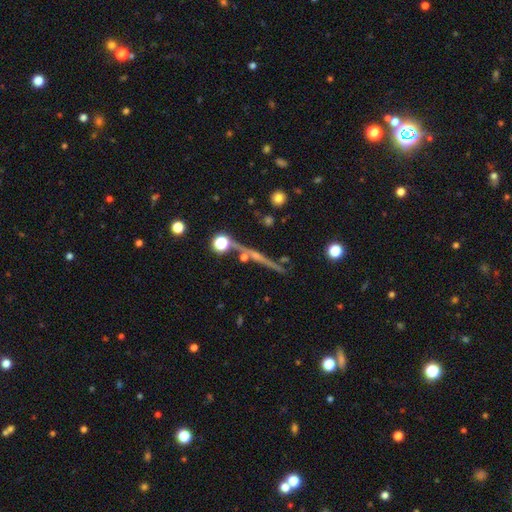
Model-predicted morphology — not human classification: The model was most divided on "edge-on bulge": rounded: 49%, none: 43%, boxy: 9%. More confident: edge-on disk — yes (94%); merging — none (79%); smooth or featured — featured or disk (63%).